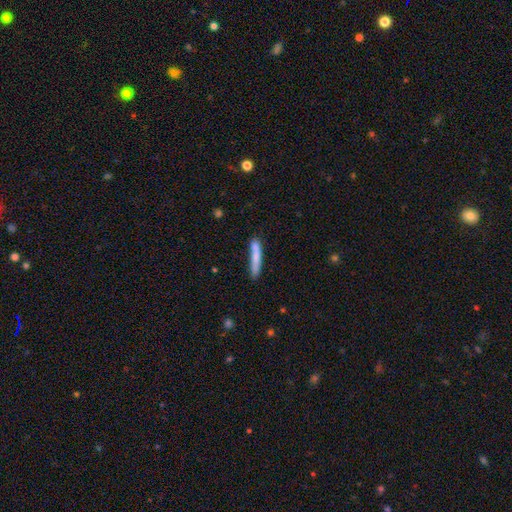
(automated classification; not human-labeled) Smooth or featured? smooth (73%)
How rounded? cigar-shaped (93%)
Merging? none (70%)